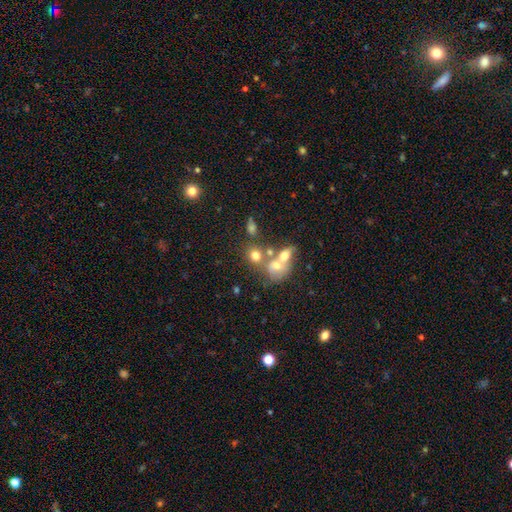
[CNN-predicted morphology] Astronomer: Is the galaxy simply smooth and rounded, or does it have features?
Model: smooth — 67%.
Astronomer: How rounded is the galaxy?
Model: round — 67%.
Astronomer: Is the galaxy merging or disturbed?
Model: merger — 43% (runner-up: none, 40%).